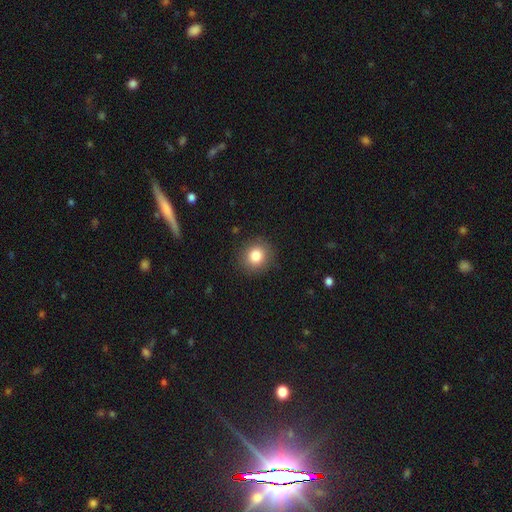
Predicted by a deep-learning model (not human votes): smooth 83%, star or artifact 10%, featured or disk 7%. Down the decision tree: how rounded — round (86%); merging — none (89%).